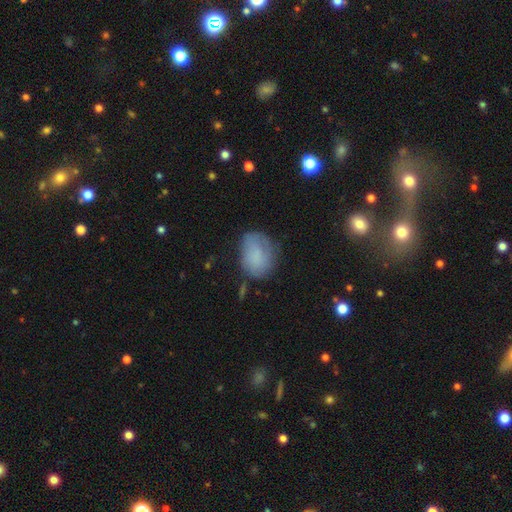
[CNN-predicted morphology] type=smooth (73%); roundness=in between (66%); merging=none (54%).